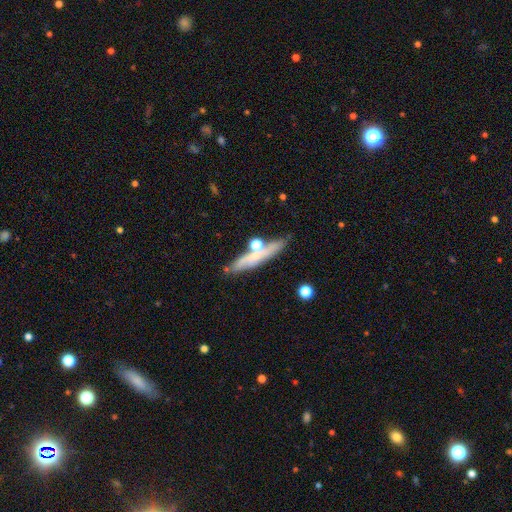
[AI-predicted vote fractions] A smooth galaxy with no disk features (47%).

Vote fractions:
- Smooth or featured? smooth: 47% / featured or disk: 44% / star or artifact: 9%
- Merging? none: 69% / minor disturbance: 16% / merger: 11% / major disturbance: 5%